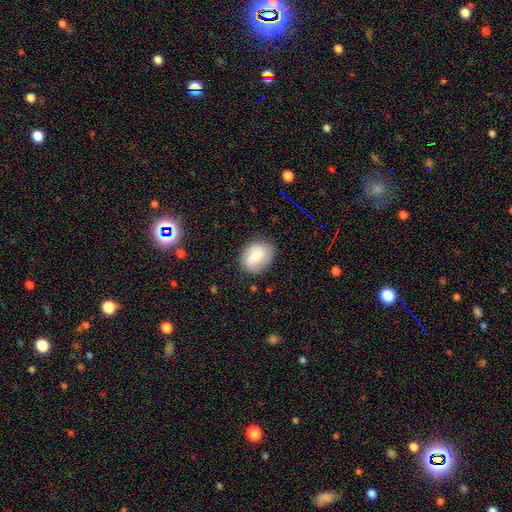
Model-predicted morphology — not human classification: smooth 64%, featured or disk 28%, star or artifact 8%. Down the decision tree: how rounded — round (51%); merging — none (75%).